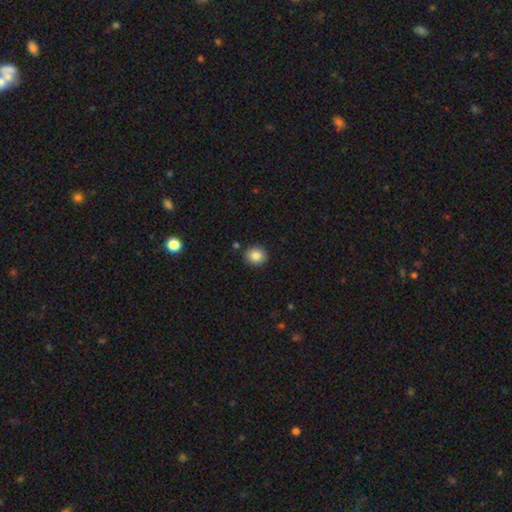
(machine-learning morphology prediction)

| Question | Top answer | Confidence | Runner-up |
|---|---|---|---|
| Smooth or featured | smooth | 84% | star or artifact (10%) |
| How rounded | round | 83% | in between (16%) |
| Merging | none | 89% | minor disturbance (7%) |